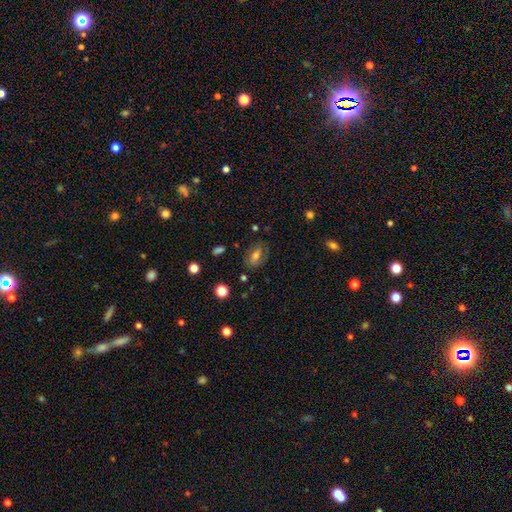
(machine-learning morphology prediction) Q: Smooth or featured?
A: smooth (48%); runner-up: featured or disk (37%)
Q: Merging?
A: none (73%); runner-up: minor disturbance (18%)